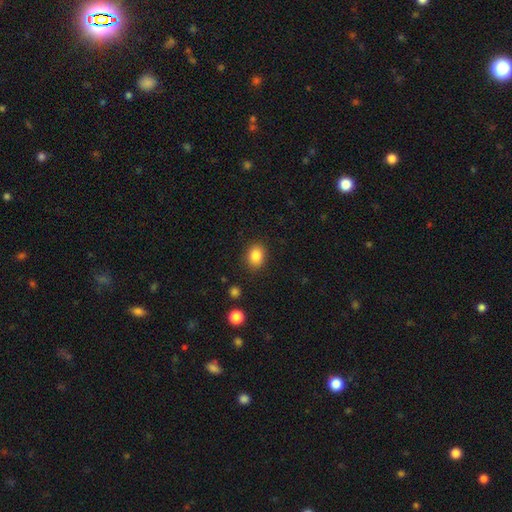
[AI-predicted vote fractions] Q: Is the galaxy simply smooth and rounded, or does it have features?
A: smooth — 85%.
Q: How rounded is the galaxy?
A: in between — 50%.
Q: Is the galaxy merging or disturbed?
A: none — 85%.